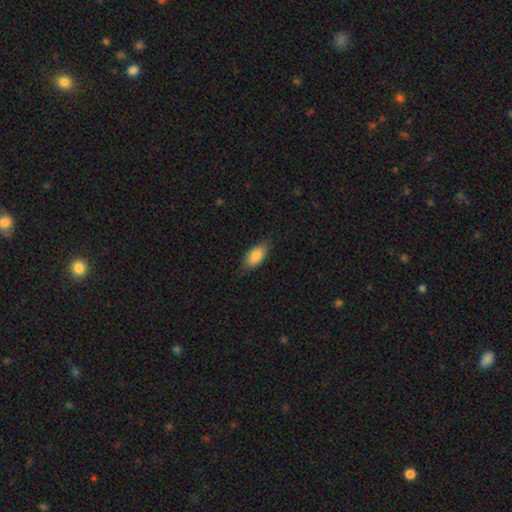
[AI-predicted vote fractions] Morphology: type=smooth (85%); roundness=in between (90%); merging=none (78%).